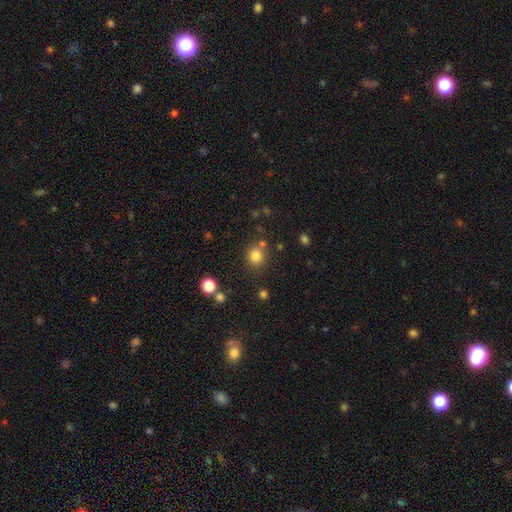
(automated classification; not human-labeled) This appears to be a smooth galaxy with no disk features (80%) that is round (88%). Merging: none (78%).